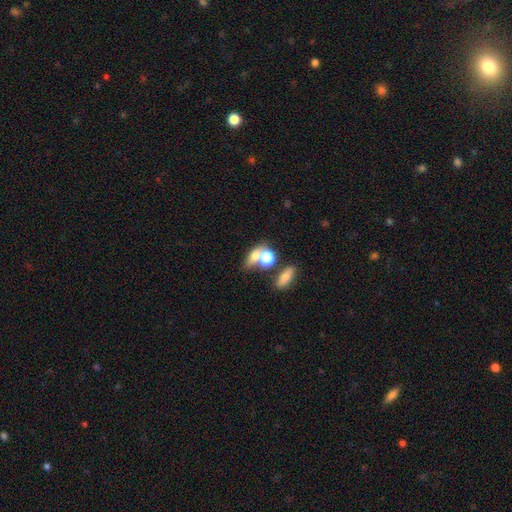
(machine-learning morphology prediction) Smooth or featured? Predicted: smooth (p=0.69). How rounded? Predicted: in between (p=0.59). Merging? Predicted: merger (p=0.45).